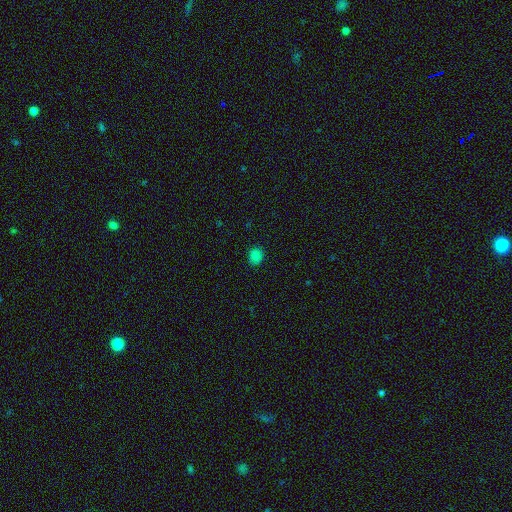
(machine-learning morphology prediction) A smooth galaxy with no disk features (83%) that is round (70%). Merging: none (88%).